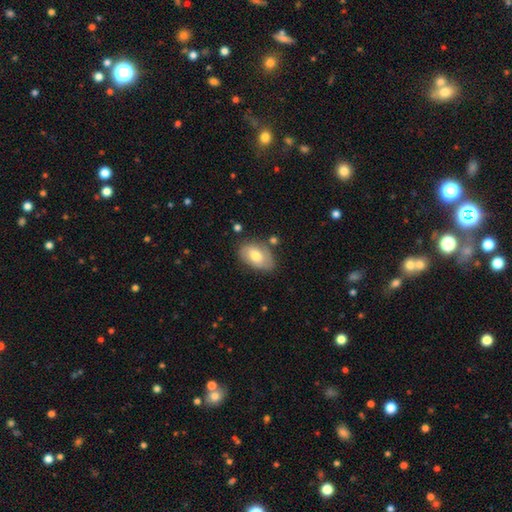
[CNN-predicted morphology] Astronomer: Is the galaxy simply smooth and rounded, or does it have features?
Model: smooth — 67%.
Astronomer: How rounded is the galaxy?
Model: in between — 90%.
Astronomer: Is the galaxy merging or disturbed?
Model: none — 71%.